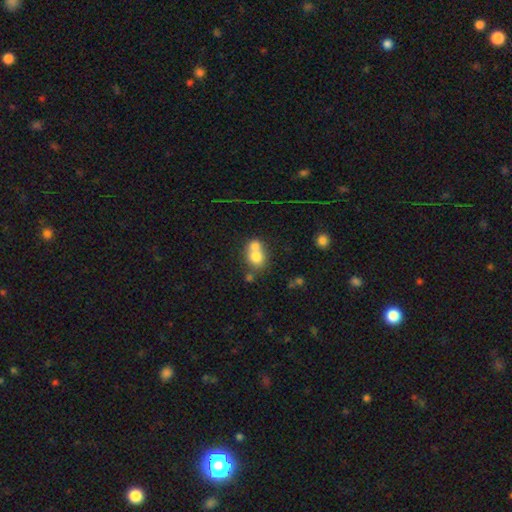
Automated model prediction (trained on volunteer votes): smooth-or-featured: smooth: 72% | featured or disk: 18% | star or artifact: 11%
  how-rounded: round: 64% | in between: 35% | cigar-shaped: 1%
  merging: merger: 62% | none: 28% | minor disturbance: 7% | major disturbance: 3%